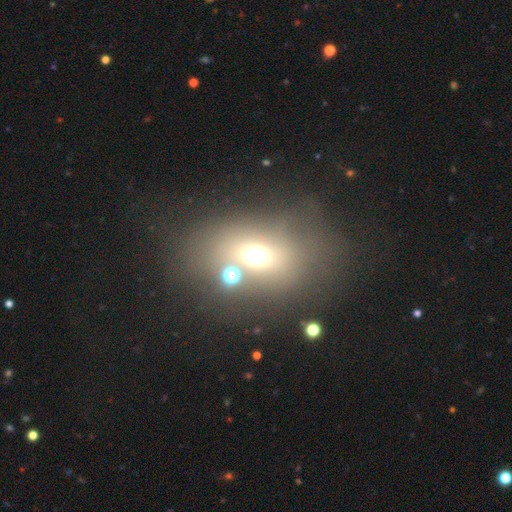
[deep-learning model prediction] smooth-or-featured: smooth: 55% | star or artifact: 25% | featured or disk: 20%
  how-rounded: in between: 64% | round: 33% | cigar-shaped: 3%
  merging: none: 50% | merger: 21% | minor disturbance: 15% | major disturbance: 15%